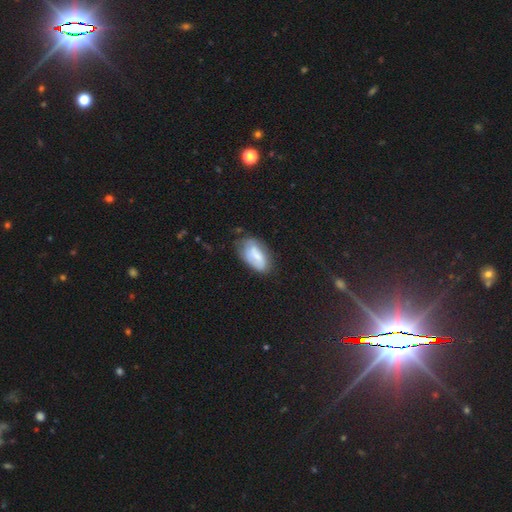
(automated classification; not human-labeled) Smooth or featured: smooth — 60% (featured or disk — 32%)
How rounded: in between — 92% (cigar-shaped — 4%)
Merging: none — 52% (minor disturbance — 33%)